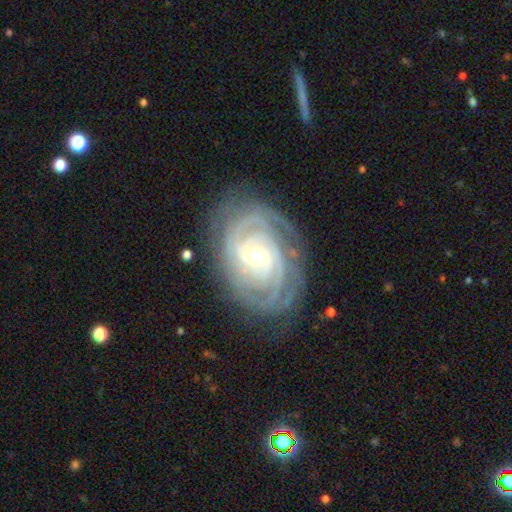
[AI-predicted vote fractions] A featured or disk galaxy (91%) with no bar (46%), 3 (27%) tight (83%) spiral arms (98%) and a moderate central bulge (59%).

Vote fractions:
- Smooth or featured? featured or disk: 91% / star or artifact: 5% / smooth: 5%
- Edge-on disk? no: 97% / yes: 3%
- Bar? no: 46% / weak: 36% / strong: 18%
- Spiral arms? yes: 98% / no: 2%
- Spiral winding? tight: 83% / medium: 15% / loose: 2%
- Spiral arm count? 3: 27% / can't tell: 21% / 2: 19% / 4: 18% / more than 4: 9% / 1: 6%
- Bulge size? moderate: 59% / small: 36% / large: 3% / none: 1% / dominant: 1%
- Merging? none: 79% / minor disturbance: 15% / major disturbance: 4% / merger: 1%